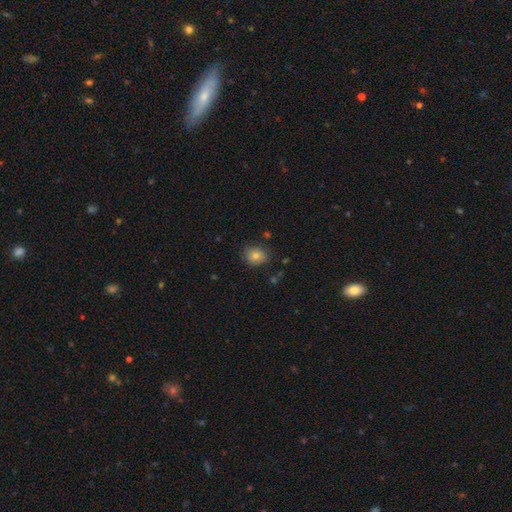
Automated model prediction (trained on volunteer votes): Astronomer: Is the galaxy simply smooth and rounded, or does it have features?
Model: smooth — 77%.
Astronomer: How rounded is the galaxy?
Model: round — 64%.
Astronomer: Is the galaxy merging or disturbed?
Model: none — 76%.